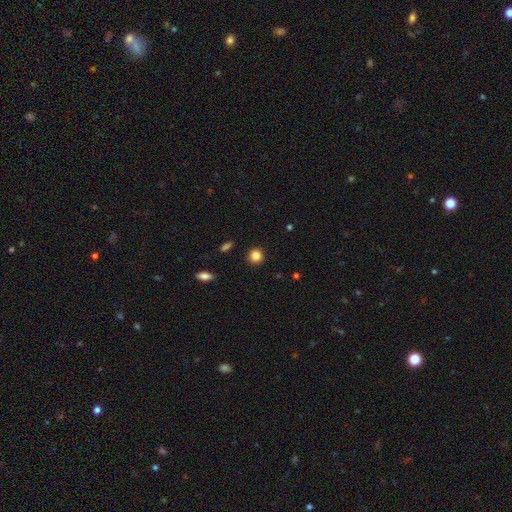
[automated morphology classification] This is clearly a smooth galaxy (84%). How rounded: clearly round (91%). Merging: clearly none (92%).